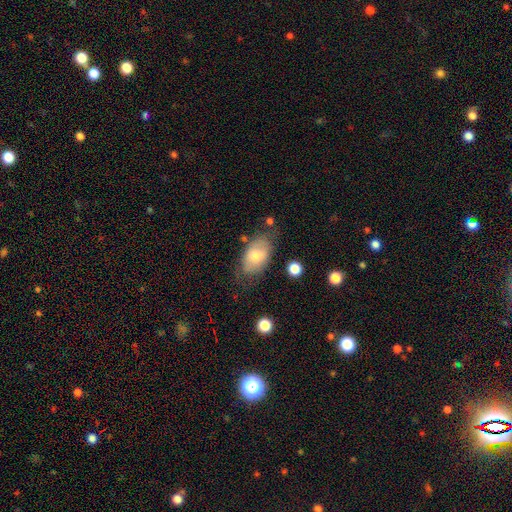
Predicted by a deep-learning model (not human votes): The model was most divided on "merging": none: 64%, minor disturbance: 24%, major disturbance: 9%, merger: 4%. More confident: how rounded — in between (92%); smooth or featured — smooth (71%).